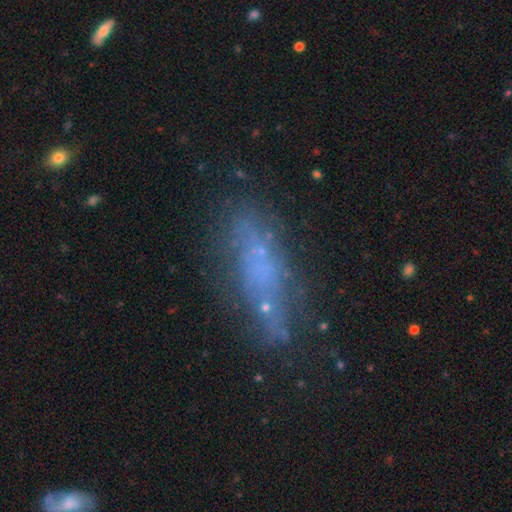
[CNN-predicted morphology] The model was most divided on "smooth or featured": smooth: 43%, featured or disk: 41%, star or artifact: 17%. More confident: merging — none (58%).